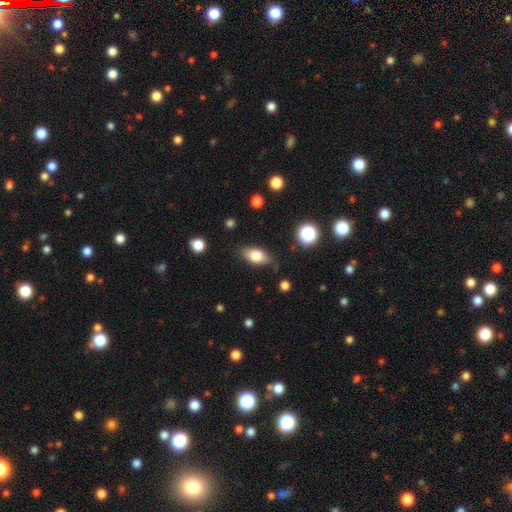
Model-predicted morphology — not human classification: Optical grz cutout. It shows a smooth galaxy with no disk features (75%) that is in between round and cigar-shaped (87%). Merging: none (78%).